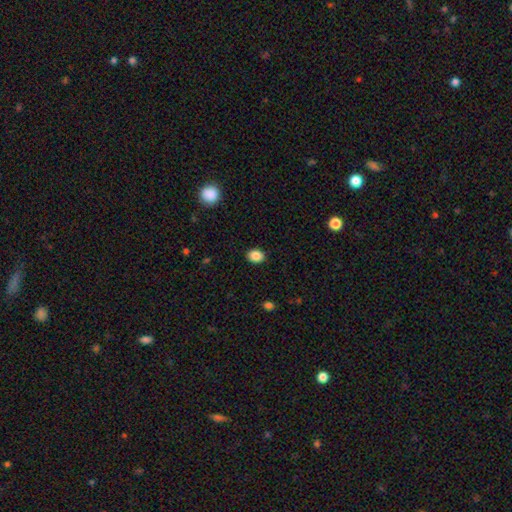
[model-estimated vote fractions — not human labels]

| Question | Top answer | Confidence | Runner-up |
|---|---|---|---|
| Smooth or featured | smooth | 87% | star or artifact (9%) |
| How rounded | in between | 52% | round (47%) |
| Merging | none | 90% | minor disturbance (7%) |